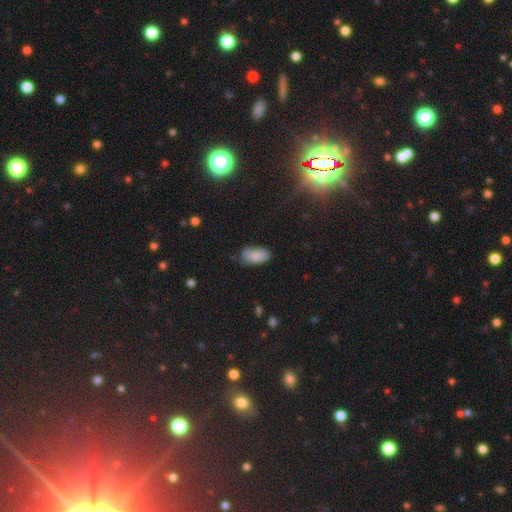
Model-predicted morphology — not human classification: type=smooth (82%); roundness=in between (93%); merging=none (70%).